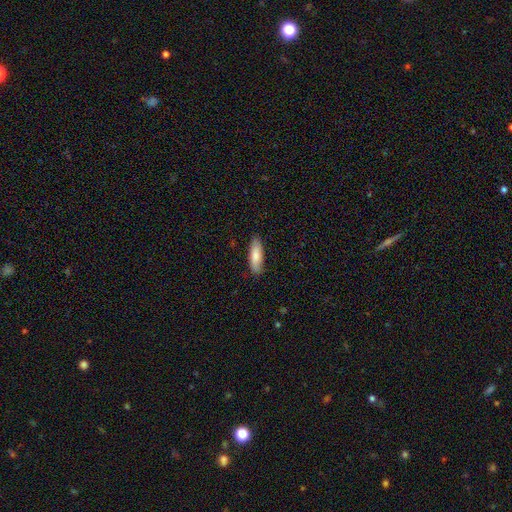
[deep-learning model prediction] This appears to be a smooth galaxy with no disk features (83%) that is cigar-shaped (53%). Merging: none (87%).